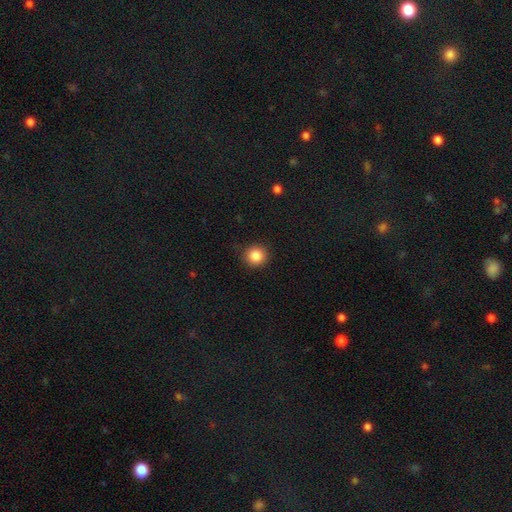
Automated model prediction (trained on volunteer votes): A smooth galaxy with no disk features (85%) that is round (92%).

Vote fractions:
- Smooth or featured? smooth: 85% / star or artifact: 10% / featured or disk: 5%
- How rounded? round: 92% / in between: 7% / cigar-shaped: 1%
- Merging? none: 89% / minor disturbance: 8% / major disturbance: 2% / merger: 1%